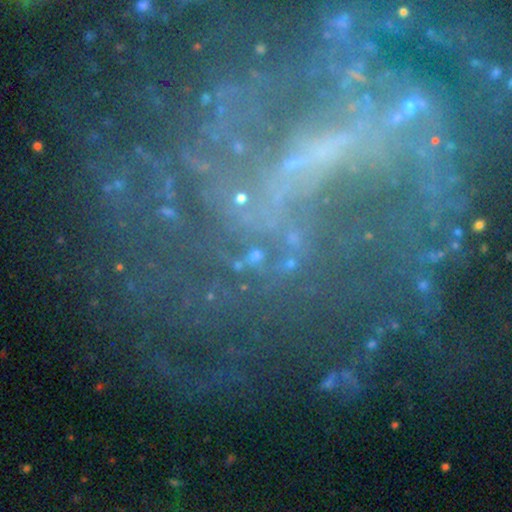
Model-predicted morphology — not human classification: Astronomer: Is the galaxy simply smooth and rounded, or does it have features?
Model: star or artifact — 49% (runner-up: featured or disk, 31%).